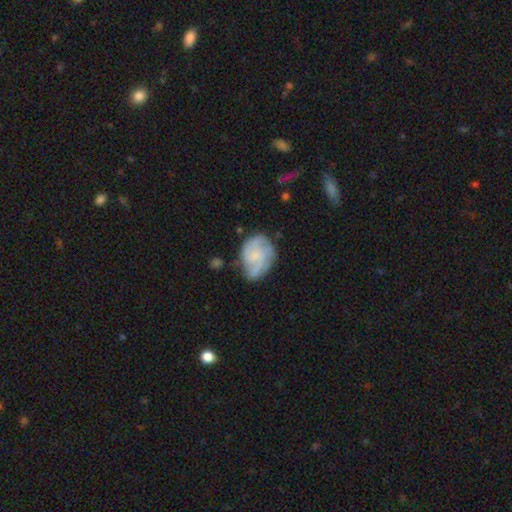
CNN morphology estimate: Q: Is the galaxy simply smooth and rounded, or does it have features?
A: featured or disk — 65%.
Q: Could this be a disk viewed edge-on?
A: no — 98%.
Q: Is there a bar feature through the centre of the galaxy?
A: no — 65%.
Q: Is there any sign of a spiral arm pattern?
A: yes — 86%.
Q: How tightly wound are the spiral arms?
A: medium — 44%.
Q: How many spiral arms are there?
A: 2 — 32%.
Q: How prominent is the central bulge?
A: small — 46%.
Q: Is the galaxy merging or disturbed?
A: none — 54%.